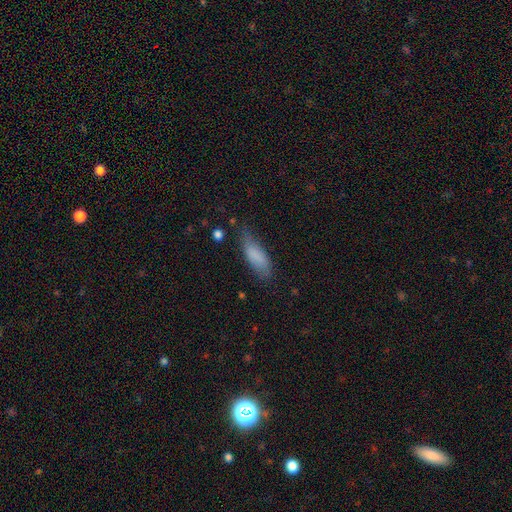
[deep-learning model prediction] smooth-or-featured: smooth: 82% | featured or disk: 11% | star or artifact: 7%
  how-rounded: in between: 66% | cigar-shaped: 33% | round: 2%
  merging: none: 60% | minor disturbance: 29% | major disturbance: 8% | merger: 2%